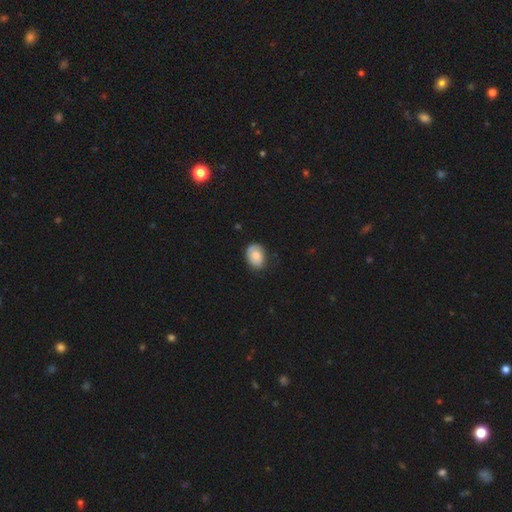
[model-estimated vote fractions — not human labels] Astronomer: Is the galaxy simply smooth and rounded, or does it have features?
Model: smooth — 75%.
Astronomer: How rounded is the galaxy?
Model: in between — 66%.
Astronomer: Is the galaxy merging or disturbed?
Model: none — 68%.